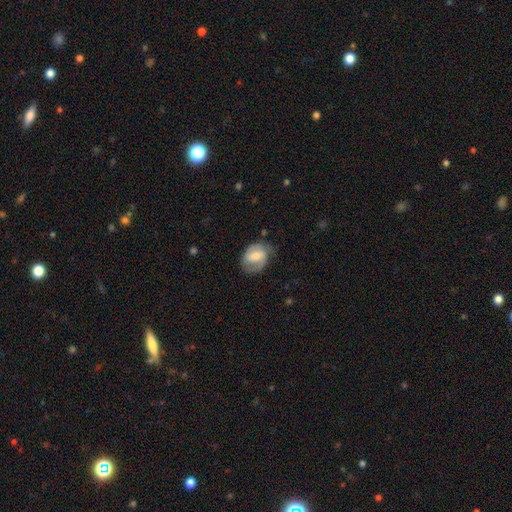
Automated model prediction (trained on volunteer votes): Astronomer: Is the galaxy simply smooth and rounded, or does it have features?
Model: featured or disk — 56% (runner-up: smooth, 37%).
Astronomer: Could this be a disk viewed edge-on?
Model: no — 97%.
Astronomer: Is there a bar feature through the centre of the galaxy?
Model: weak — 49% (runner-up: no, 29%).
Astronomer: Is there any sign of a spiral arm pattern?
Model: yes — 82%.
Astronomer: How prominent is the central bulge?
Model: moderate — 50% (runner-up: small, 35%).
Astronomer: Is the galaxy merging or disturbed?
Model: none — 61%.